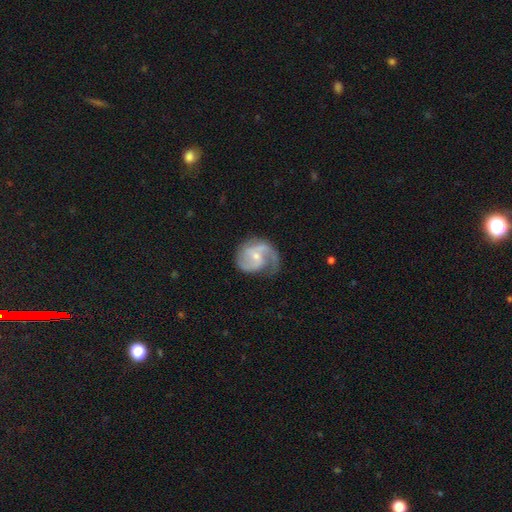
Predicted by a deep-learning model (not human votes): featured or disk 82%, smooth 13%, star or artifact 5%. Down the decision tree: edge-on disk — no (98%); bar — weak (49%); spiral arms — yes (95%); spiral arm count — 2 (71%); spiral winding — medium (51%); bulge size — small (60%); merging — none (57%).